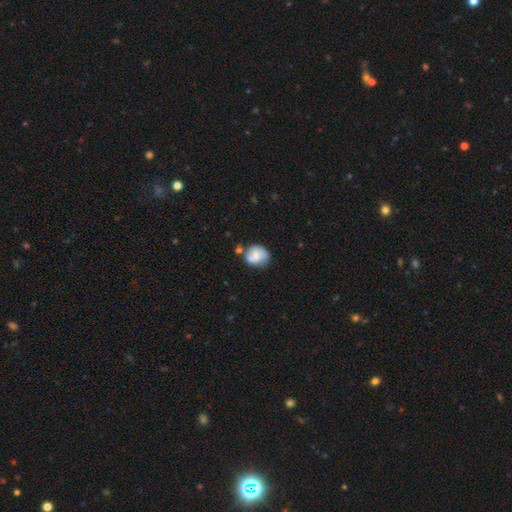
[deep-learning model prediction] Smooth or featured? Predicted: smooth (p=0.64). How rounded? Predicted: round (p=0.63). Merging? Predicted: none (p=0.52).